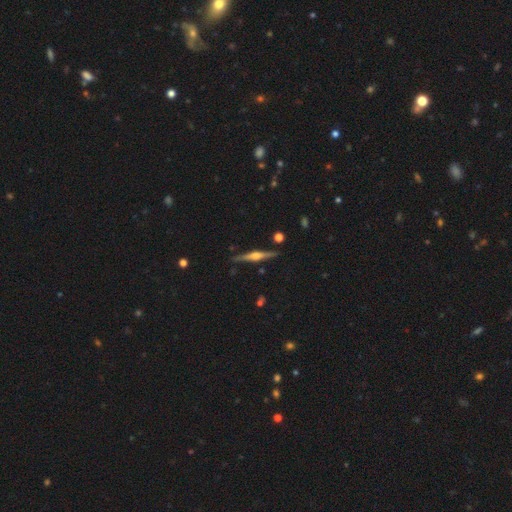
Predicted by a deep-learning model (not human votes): Smooth or featured?
  - featured or disk: 80% *
  - smooth: 15%
  - star or artifact: 5%
Edge-on disk?
  - yes: 98% *
  - no: 2%
Edge-on bulge?
  - rounded: 91% *
  - boxy: 6%
  - none: 3%
Merging?
  - none: 88% *
  - minor disturbance: 8%
  - merger: 2%
  - major disturbance: 2%